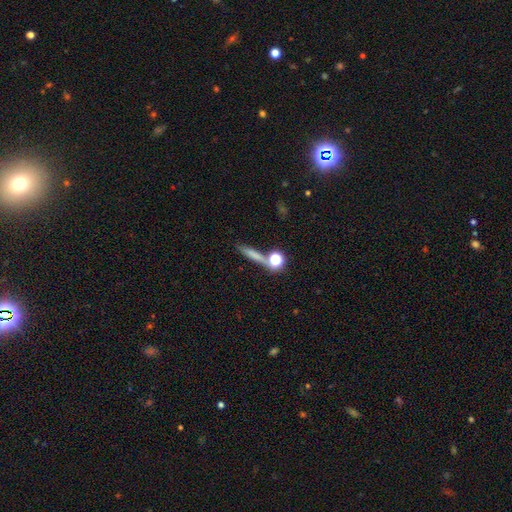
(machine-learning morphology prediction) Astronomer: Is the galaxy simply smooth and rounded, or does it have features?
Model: smooth — 62%.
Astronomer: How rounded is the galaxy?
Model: cigar-shaped — 71%.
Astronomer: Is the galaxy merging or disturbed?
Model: none — 69%.